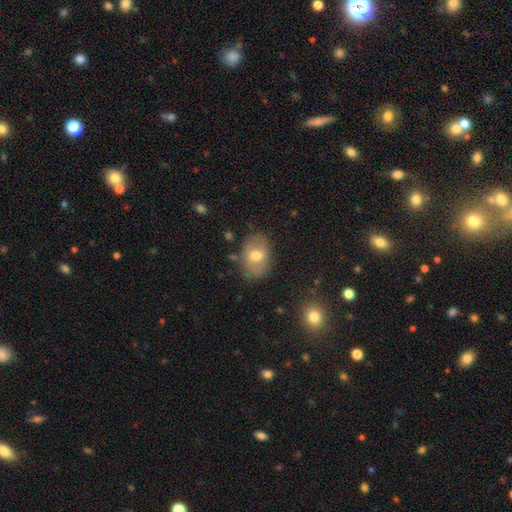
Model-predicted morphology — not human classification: This appears to be a smooth galaxy with no disk features (59%) that is in between round and cigar-shaped (78%). Merging: none (79%).